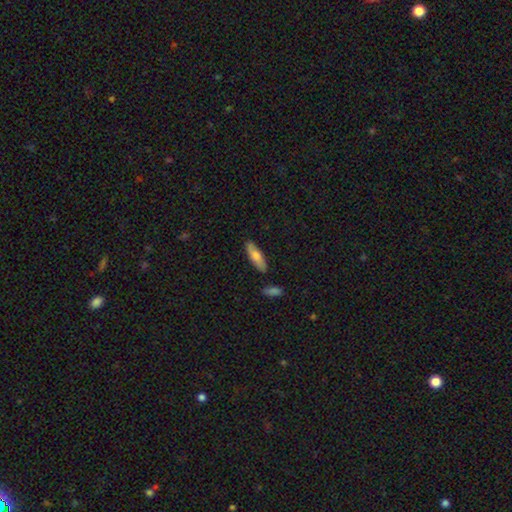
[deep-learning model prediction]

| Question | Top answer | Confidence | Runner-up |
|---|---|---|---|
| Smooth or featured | smooth | 66% | featured or disk (28%) |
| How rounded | cigar-shaped | 53% | in between (45%) |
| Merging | none | 84% | minor disturbance (11%) |